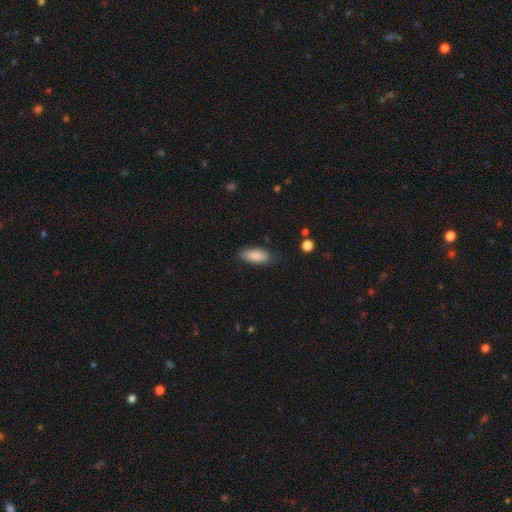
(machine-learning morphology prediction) The model was most divided on "merging": none: 71%, minor disturbance: 23%, major disturbance: 5%, merger: 2%. More confident: smooth or featured — smooth (86%); how rounded — in between (85%).